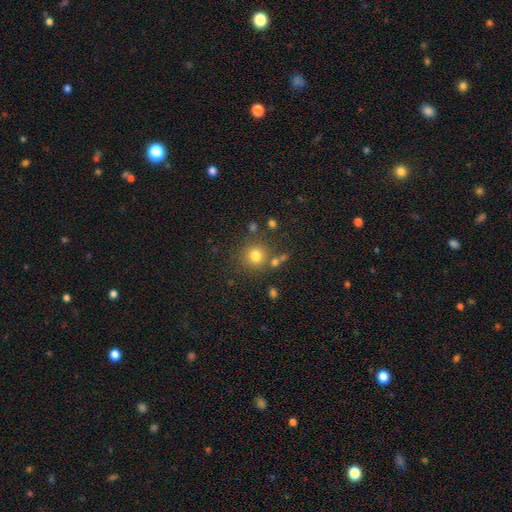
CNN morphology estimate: This is likely a smooth galaxy (77%). How rounded: clearly round (92%). Merging: likely none (77%).